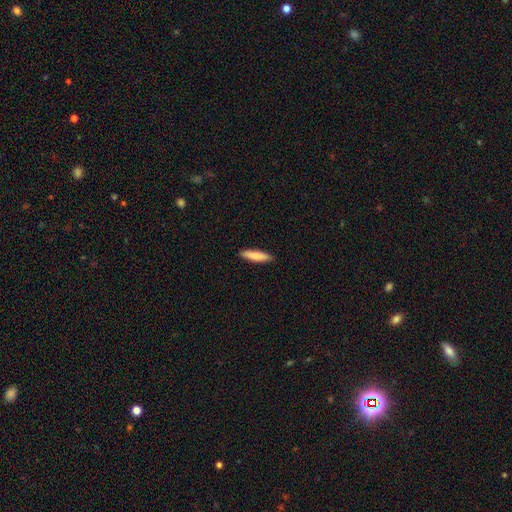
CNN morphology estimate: Overall: smooth (84%). How rounded: cigar-shaped (81%). Merging: none (91%).